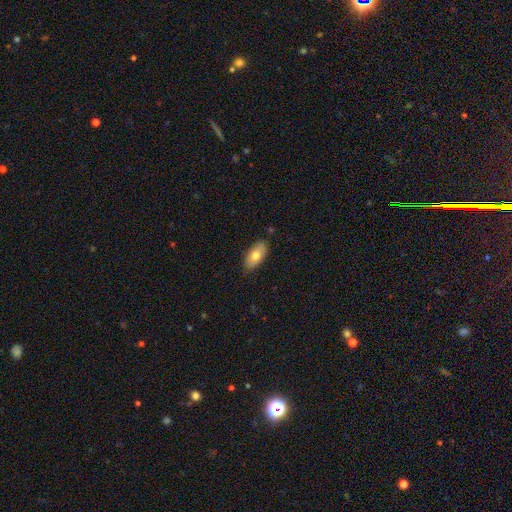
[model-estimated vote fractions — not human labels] smooth-or-featured: smooth: 72% | featured or disk: 21% | star or artifact: 7%
  how-rounded: in between: 90% | cigar-shaped: 7% | round: 3%
  merging: none: 84% | minor disturbance: 12% | major disturbance: 2% | merger: 1%